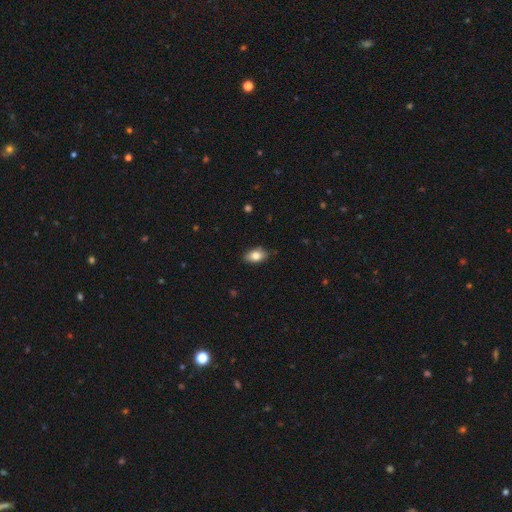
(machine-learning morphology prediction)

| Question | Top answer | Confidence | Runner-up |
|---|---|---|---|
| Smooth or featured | smooth | 81% | featured or disk (11%) |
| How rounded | in between | 89% | round (8%) |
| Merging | none | 83% | minor disturbance (14%) |